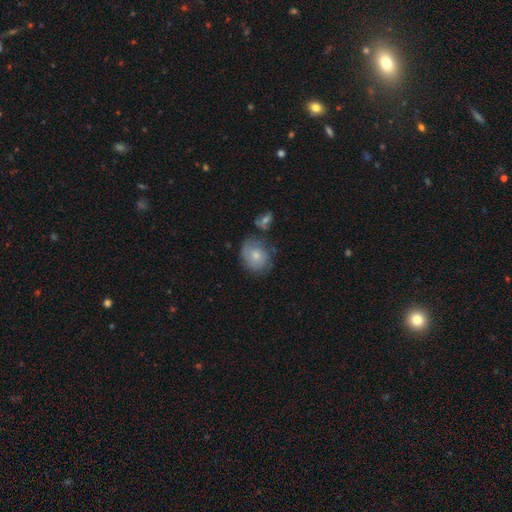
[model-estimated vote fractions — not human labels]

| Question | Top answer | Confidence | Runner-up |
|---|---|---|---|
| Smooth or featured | smooth | 61% | featured or disk (32%) |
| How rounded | round | 64% | in between (35%) |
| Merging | none | 63% | minor disturbance (22%) |